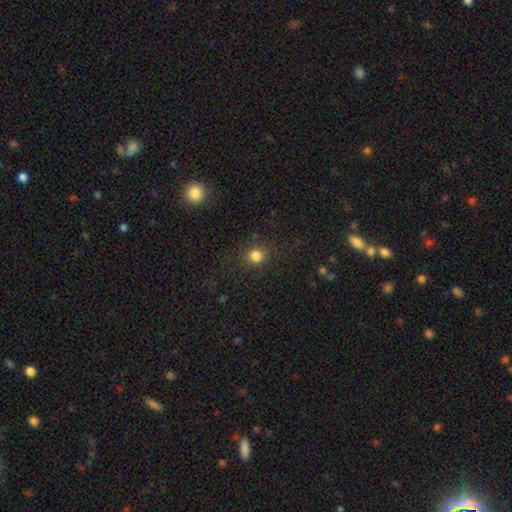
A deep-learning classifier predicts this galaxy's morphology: type=smooth (81%); roundness=round (83%); merging=none (85%).